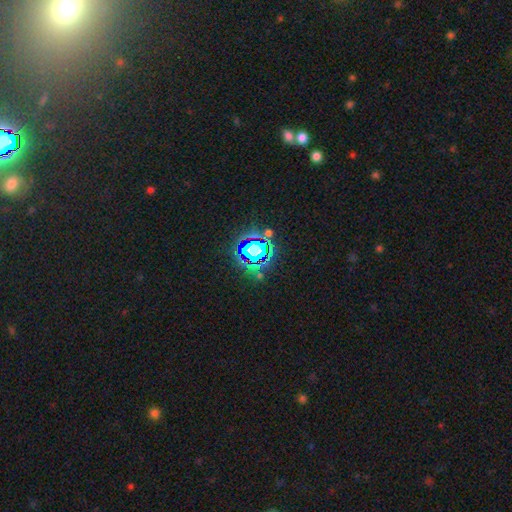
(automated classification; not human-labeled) Q: Smooth or featured?
A: star or artifact (77%); runner-up: smooth (15%)